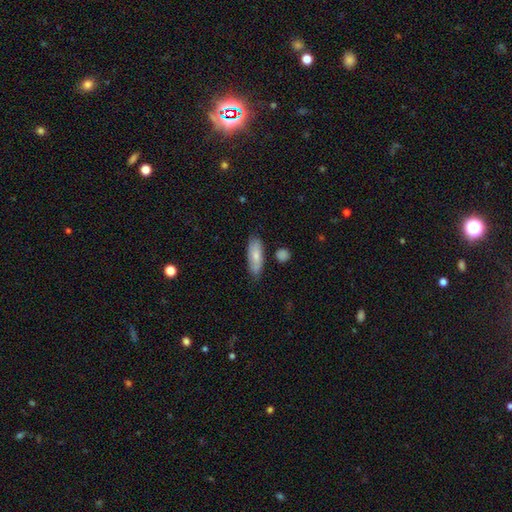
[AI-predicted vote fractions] smooth-or-featured: smooth: 71% | featured or disk: 23% | star or artifact: 6%
  how-rounded: in between: 66% | cigar-shaped: 31% | round: 3%
  merging: none: 76% | minor disturbance: 18% | merger: 4% | major disturbance: 3%